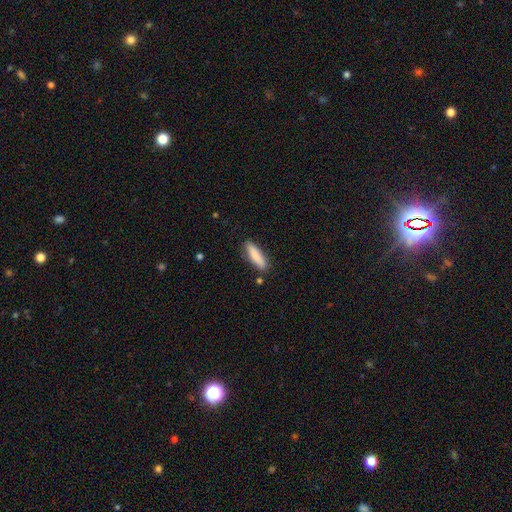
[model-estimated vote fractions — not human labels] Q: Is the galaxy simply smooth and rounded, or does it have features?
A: smooth — 85%.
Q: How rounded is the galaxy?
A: cigar-shaped — 68%.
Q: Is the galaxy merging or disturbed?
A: none — 84%.